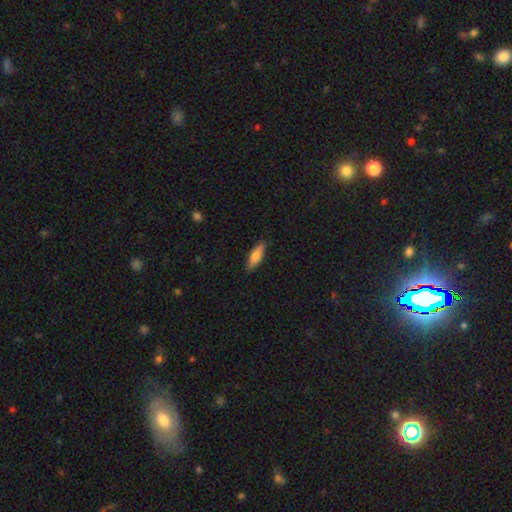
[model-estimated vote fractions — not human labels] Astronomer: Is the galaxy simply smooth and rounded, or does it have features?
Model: smooth — 78%.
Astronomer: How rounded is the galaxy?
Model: in between — 51% (runner-up: cigar-shaped, 47%).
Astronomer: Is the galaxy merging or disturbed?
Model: none — 87%.